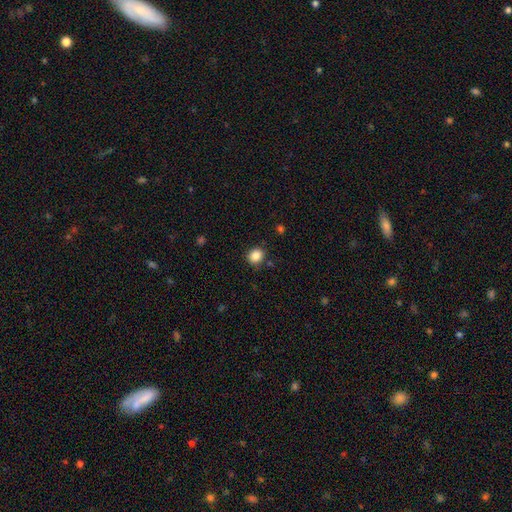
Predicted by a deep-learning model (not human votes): smooth 86%, star or artifact 10%, featured or disk 4%. Down the decision tree: how rounded — round (72%); merging — none (85%).